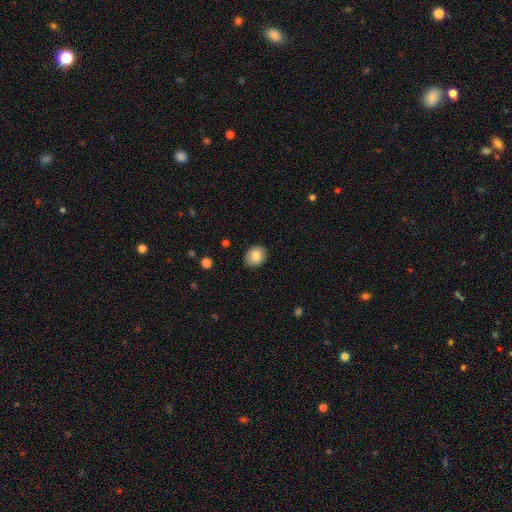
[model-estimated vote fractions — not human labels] smooth 82%, featured or disk 10%, star or artifact 8%. Down the decision tree: how rounded — round (65%); merging — none (90%).